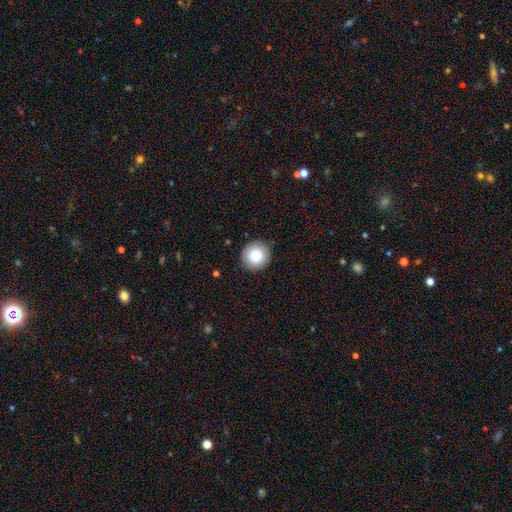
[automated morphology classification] A smooth galaxy with no disk features (84%) that is round (92%). Merging: none (90%).